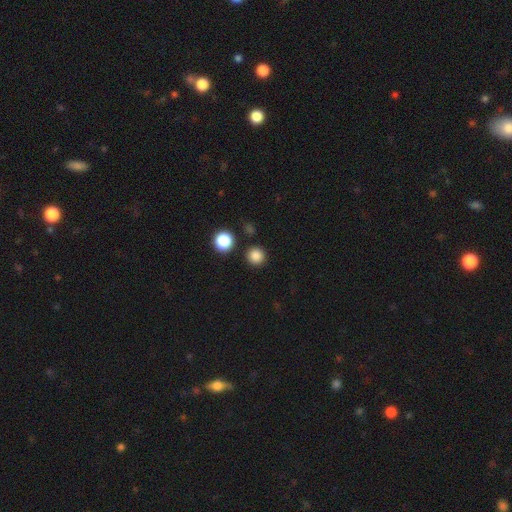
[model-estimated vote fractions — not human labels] Q: Smooth or featured?
A: smooth (84%); runner-up: star or artifact (13%)
Q: How rounded?
A: round (95%); runner-up: in between (4%)
Q: Merging?
A: none (89%); runner-up: minor disturbance (6%)